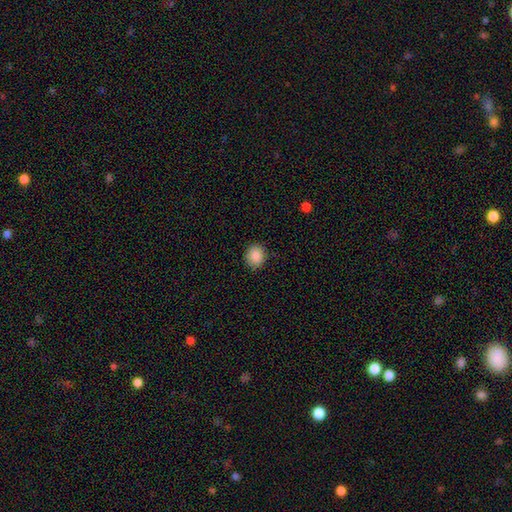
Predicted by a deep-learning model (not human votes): This appears to be a smooth galaxy with no disk features (88%) that is round (74%). Merging: none (86%).